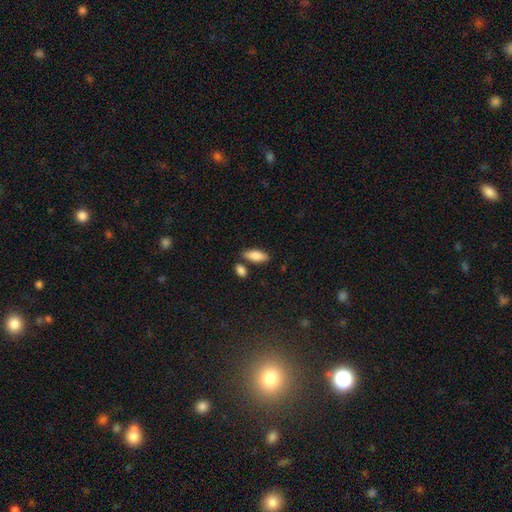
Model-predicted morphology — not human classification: smooth_or_featured: smooth (p=0.85) [alt: featured or disk p=0.09]
how_rounded: in between (p=0.75) [alt: cigar-shaped p=0.22]
merging: none (p=0.75) [alt: minor disturbance p=0.11]